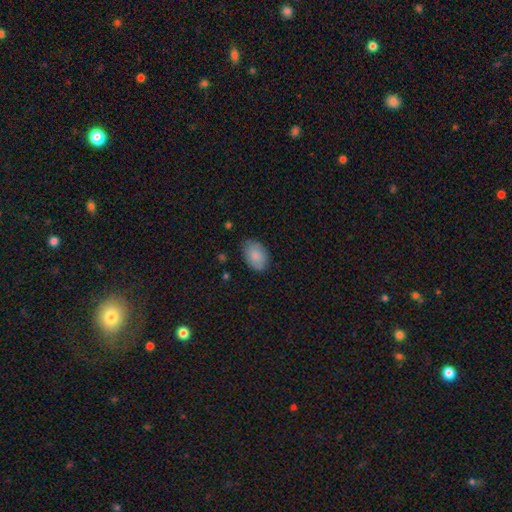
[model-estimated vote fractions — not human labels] Smooth or featured? Predicted: smooth (p=0.81). How rounded? Predicted: in between (p=0.85). Merging? Predicted: none (p=0.76).